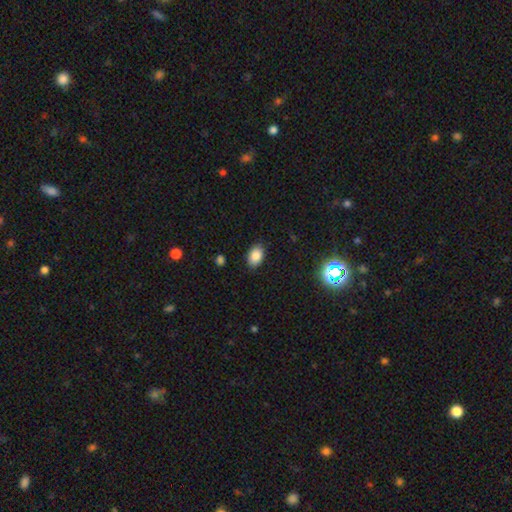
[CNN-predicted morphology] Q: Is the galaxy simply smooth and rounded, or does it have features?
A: smooth — 84%.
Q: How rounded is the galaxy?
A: in between — 84%.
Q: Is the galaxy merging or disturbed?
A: none — 87%.